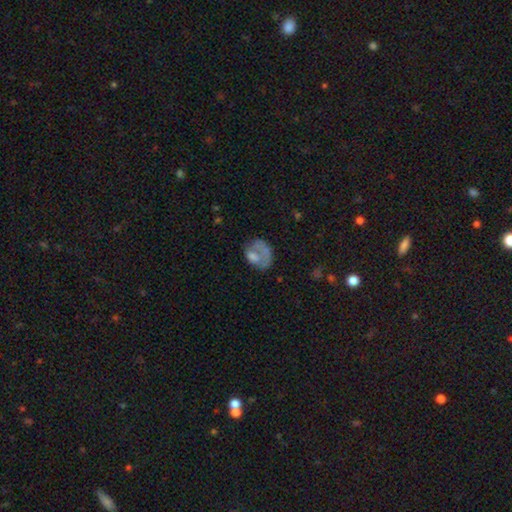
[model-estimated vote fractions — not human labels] A smooth galaxy with no disk features (54%) that is in between round and cigar-shaped (63%).

Vote fractions:
- Smooth or featured? smooth: 54% / featured or disk: 37% / star or artifact: 9%
- How rounded? in between: 63% / round: 36% / cigar-shaped: 1%
- Merging? major disturbance: 35% / none: 34% / minor disturbance: 22% / merger: 9%